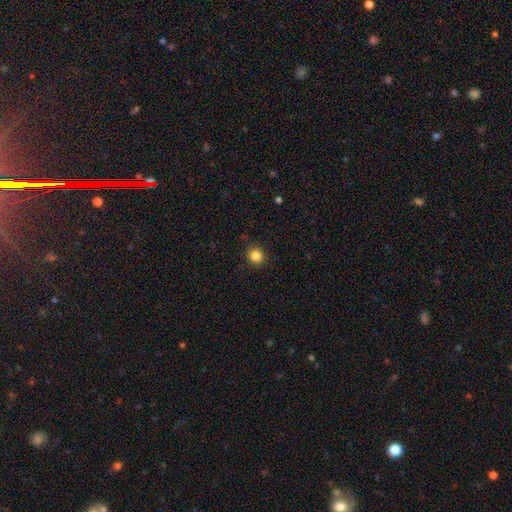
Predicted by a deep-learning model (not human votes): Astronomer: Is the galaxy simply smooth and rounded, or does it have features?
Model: smooth — 84%.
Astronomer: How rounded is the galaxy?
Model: round — 90%.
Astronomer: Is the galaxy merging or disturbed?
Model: none — 90%.